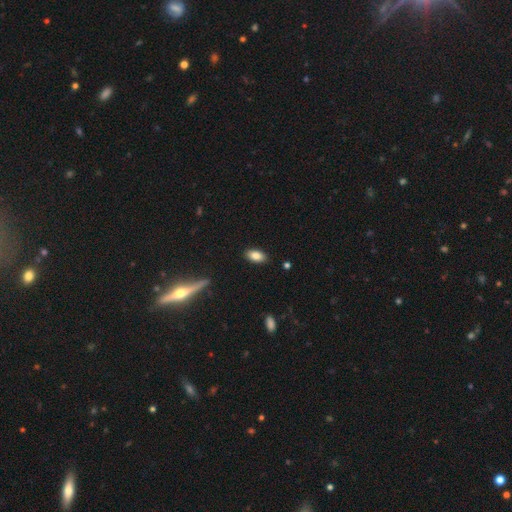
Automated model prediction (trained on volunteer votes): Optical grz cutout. It shows a smooth galaxy with no disk features (83%) that is in between round and cigar-shaped (92%). Merging: none (88%).